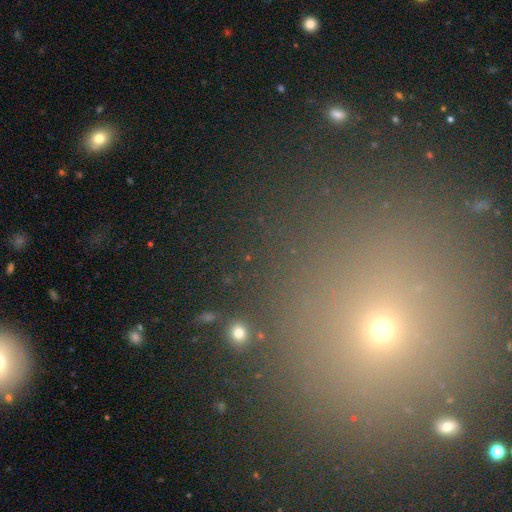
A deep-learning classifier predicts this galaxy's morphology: Smooth or featured: star or artifact — 48% (smooth — 42%)